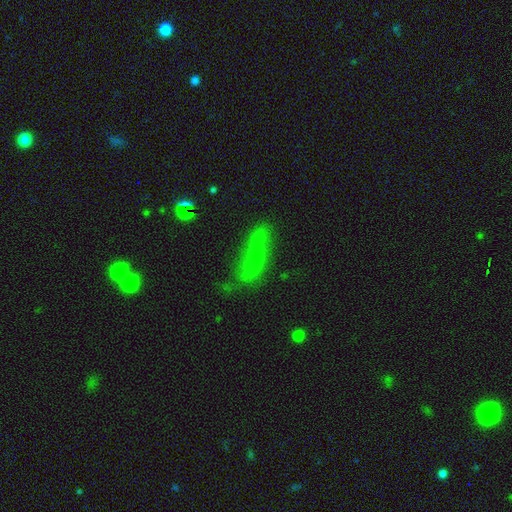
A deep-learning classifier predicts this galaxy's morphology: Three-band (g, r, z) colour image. It shows a featured or disk galaxy (61%). Merging: none (58%).